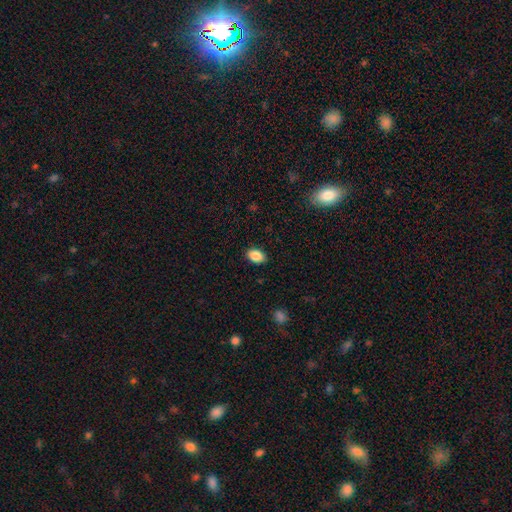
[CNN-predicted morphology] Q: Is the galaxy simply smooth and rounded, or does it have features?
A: smooth — 88%.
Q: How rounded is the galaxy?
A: in between — 85%.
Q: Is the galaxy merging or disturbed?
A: none — 88%.